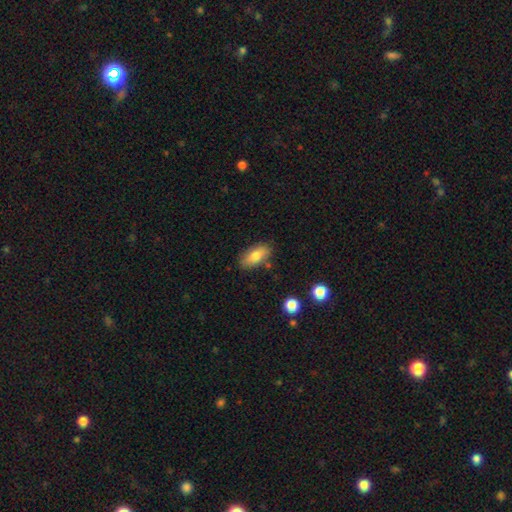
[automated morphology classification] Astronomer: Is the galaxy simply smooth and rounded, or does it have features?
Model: smooth — 78%.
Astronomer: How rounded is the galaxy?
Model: in between — 88%.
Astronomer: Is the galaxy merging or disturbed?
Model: none — 81%.